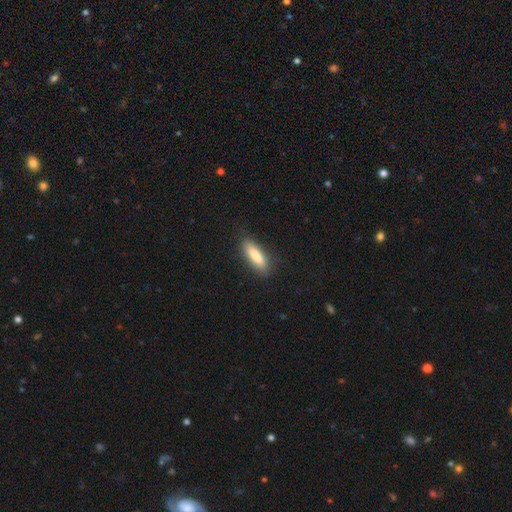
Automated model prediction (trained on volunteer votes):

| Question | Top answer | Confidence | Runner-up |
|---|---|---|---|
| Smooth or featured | smooth | 81% | featured or disk (13%) |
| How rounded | cigar-shaped | 54% | in between (44%) |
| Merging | none | 85% | minor disturbance (11%) |